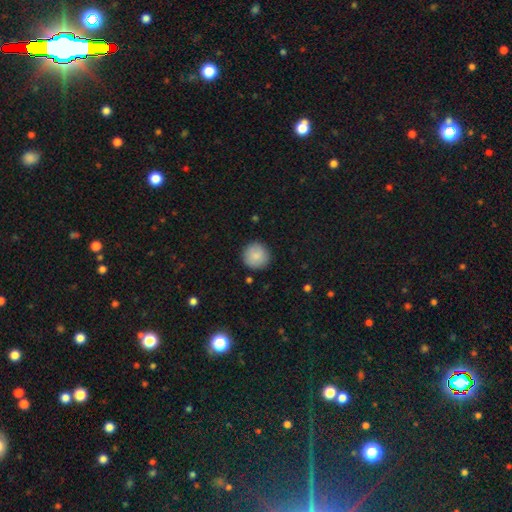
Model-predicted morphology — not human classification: smooth 88%, star or artifact 7%, featured or disk 5%. Down the decision tree: how rounded — round (95%); merging — none (90%).